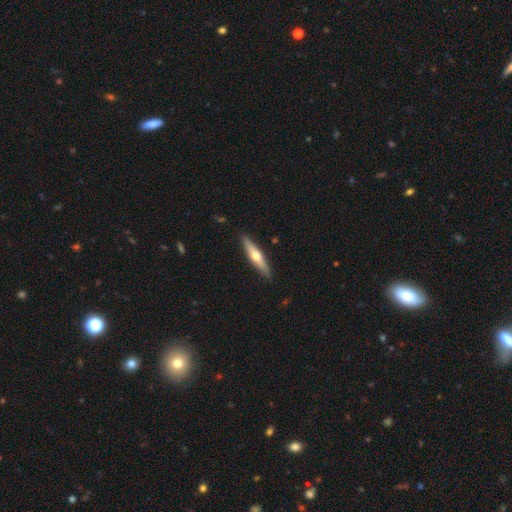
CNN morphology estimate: featured or disk 54%, smooth 41%, star or artifact 5%. Down the decision tree: edge-on disk — yes (93%); edge-on bulge — rounded (91%); merging — none (90%).